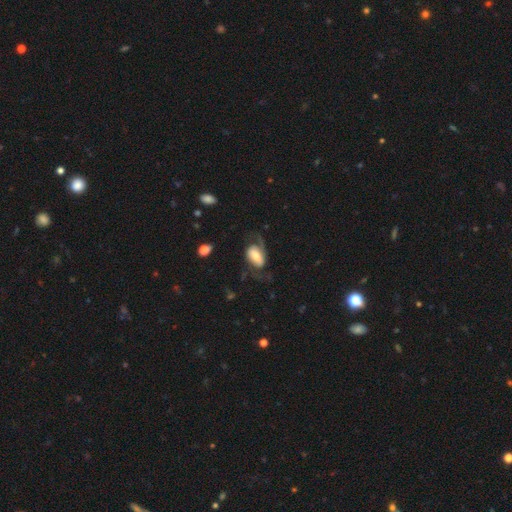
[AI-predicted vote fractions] Smooth or featured: featured or disk — 68% (smooth — 26%)
Edge-on disk: no — 96% (yes — 4%)
Bar: weak — 38% (no — 32%)
Spiral arms: yes — 90% (no — 10%)
Spiral winding: loose — 54% (medium — 36%)
Spiral arm count: 2 — 87% (1 — 6%)
Bulge size: moderate — 46% (small — 25%)
Merging: none — 54% (major disturbance — 26%)